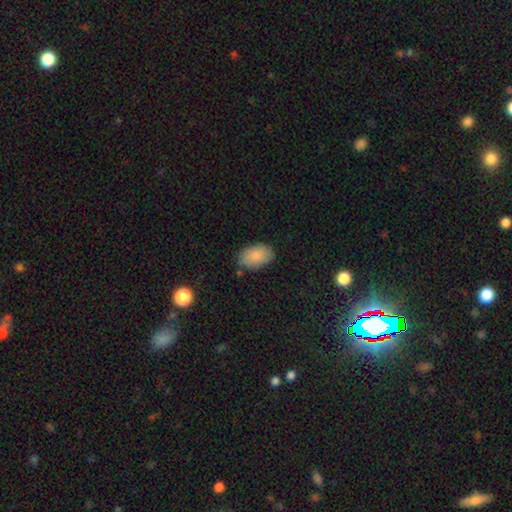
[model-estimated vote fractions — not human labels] Smooth or featured: smooth — 87% (star or artifact — 7%)
How rounded: in between — 93% (round — 6%)
Merging: none — 80% (minor disturbance — 14%)